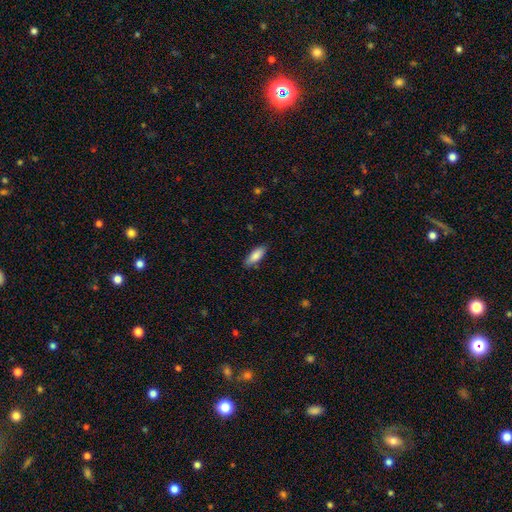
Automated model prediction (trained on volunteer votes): This is clearly a smooth galaxy (87%). How rounded: likely in between (70%). Merging: clearly none (86%).